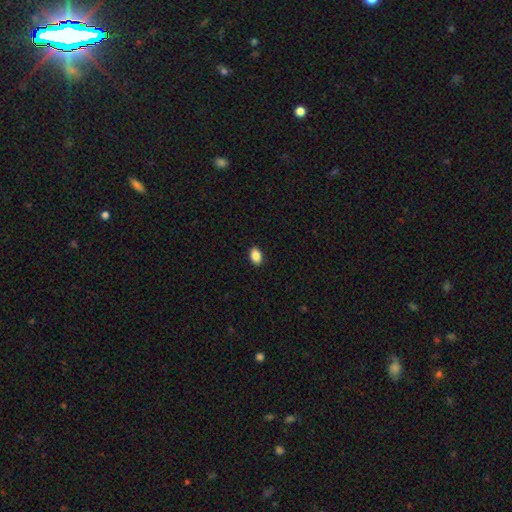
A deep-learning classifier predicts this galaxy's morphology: Smooth or featured: smooth — 87% (star or artifact — 8%)
How rounded: in between — 84% (round — 14%)
Merging: none — 90% (minor disturbance — 7%)